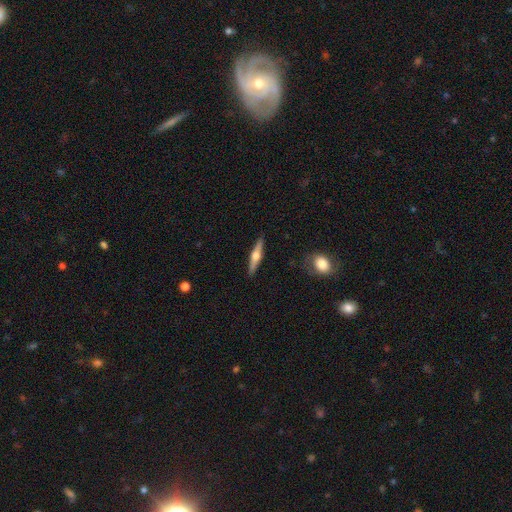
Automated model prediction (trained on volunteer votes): Smooth or featured? featured or disk (61%)
Edge-on disk? yes (96%)
Edge-on bulge? rounded (93%)
Merging? none (89%)